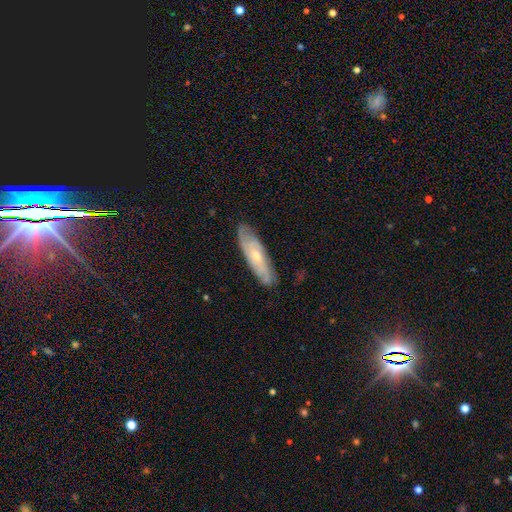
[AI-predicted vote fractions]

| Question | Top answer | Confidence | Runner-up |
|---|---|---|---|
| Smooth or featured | featured or disk | 64% | smooth (29%) |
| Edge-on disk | no | 67% | yes (33%) |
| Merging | none | 81% | minor disturbance (15%) |